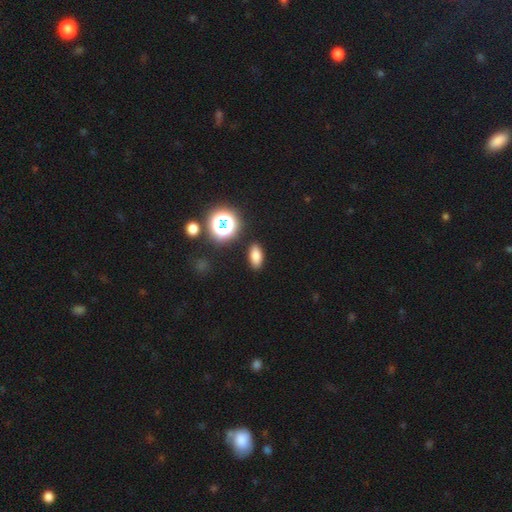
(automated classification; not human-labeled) This is likely a smooth galaxy (77%). How rounded: clearly in between (85%). Merging: clearly none (88%).